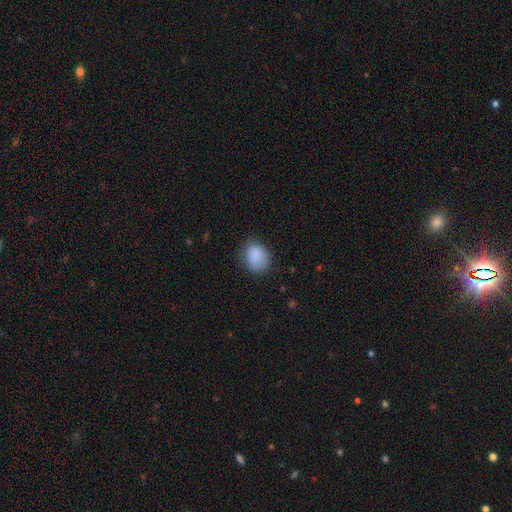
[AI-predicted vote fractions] Smooth or featured? smooth (87%)
How rounded? round (55%)
Merging? none (73%)